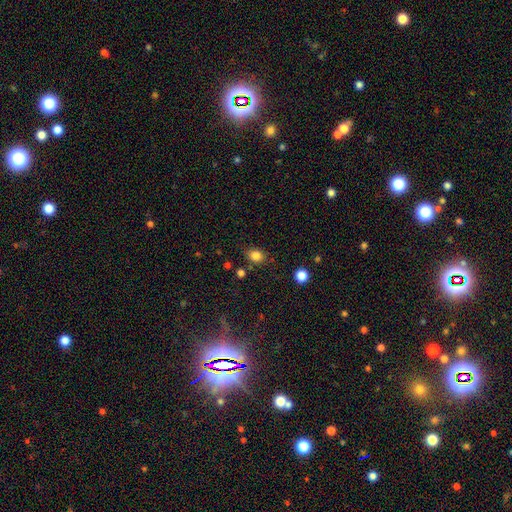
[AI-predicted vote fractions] Smooth or featured? Predicted: smooth (p=0.83). How rounded? Predicted: round (p=0.55). Merging? Predicted: none (p=0.79).